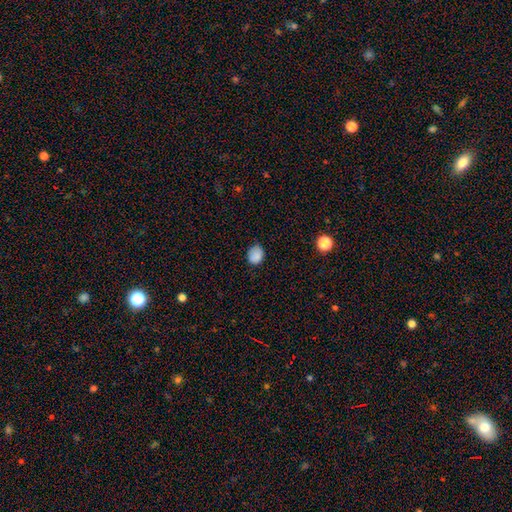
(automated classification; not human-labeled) This is clearly a smooth galaxy (85%). How rounded: possibly round (56%). Merging: likely none (72%).